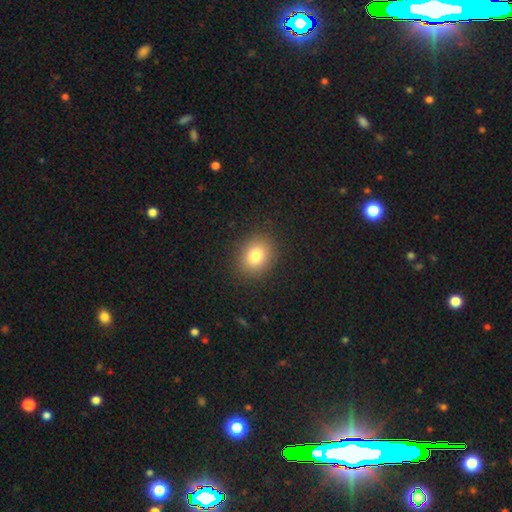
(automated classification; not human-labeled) Smooth or featured? Predicted: smooth (p=0.81). How rounded? Predicted: round (p=0.55). Merging? Predicted: none (p=0.88).